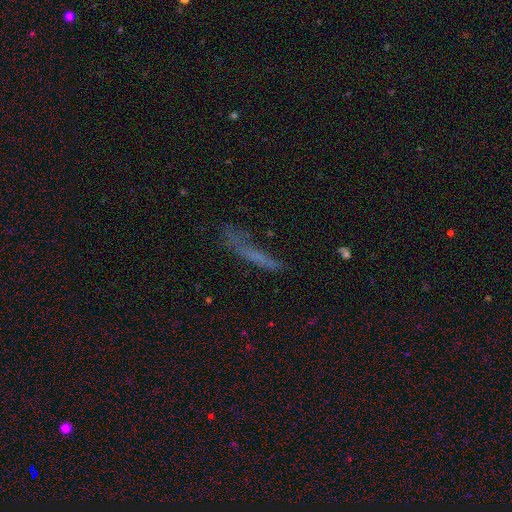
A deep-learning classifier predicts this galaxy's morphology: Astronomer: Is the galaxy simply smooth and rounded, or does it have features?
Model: smooth — 54%.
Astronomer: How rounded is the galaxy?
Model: cigar-shaped — 87%.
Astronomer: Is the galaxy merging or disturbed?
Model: none — 52%.